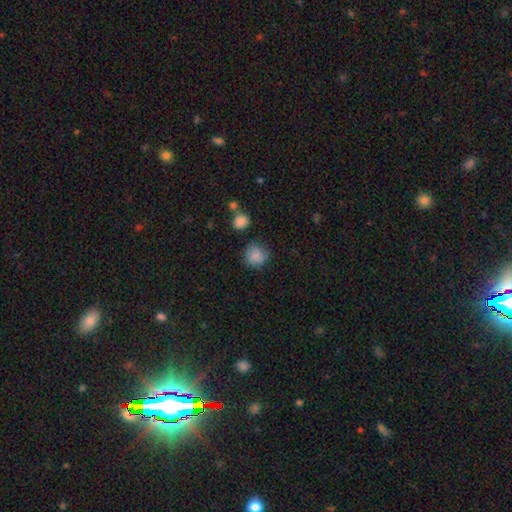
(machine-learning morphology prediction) Smooth or featured?
  - smooth: 84% *
  - star or artifact: 10%
  - featured or disk: 6%
How rounded?
  - round: 86% *
  - in between: 13%
  - cigar-shaped: 1%
Merging?
  - none: 70% *
  - minor disturbance: 21%
  - major disturbance: 6%
  - merger: 4%